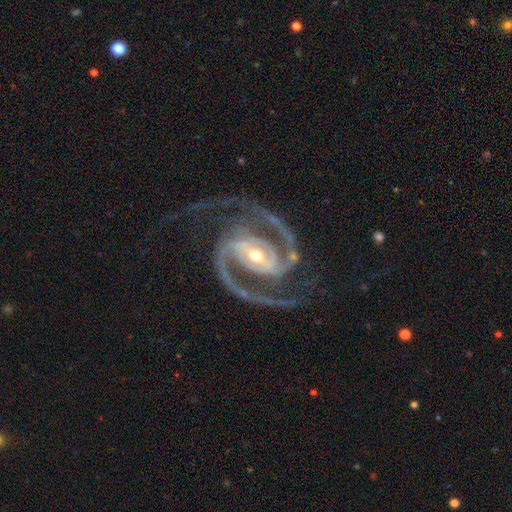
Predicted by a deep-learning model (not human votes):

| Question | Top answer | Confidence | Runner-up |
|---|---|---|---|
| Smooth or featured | featured or disk | 94% | star or artifact (4%) |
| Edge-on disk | no | 98% | yes (2%) |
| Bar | strong | 38% | tied: weak (38%) |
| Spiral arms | yes | 99% | no (1%) |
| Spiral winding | medium | 64% | tight (22%) |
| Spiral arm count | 2 | 83% | 3 (8%) |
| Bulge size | moderate | 59% | small (35%) |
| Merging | none | 74% | minor disturbance (14%) |